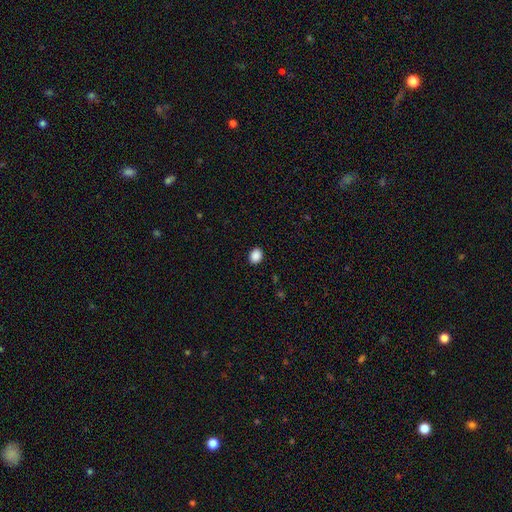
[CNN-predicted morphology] The model was most divided on "how rounded": in between: 60%, round: 39%, cigar-shaped: 1%. More confident: merging — none (90%); smooth or featured — smooth (89%).